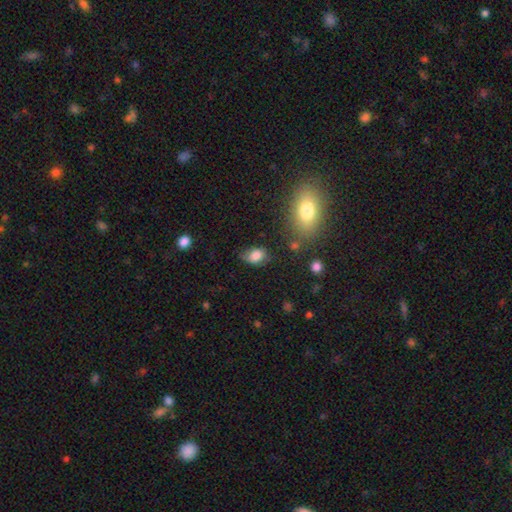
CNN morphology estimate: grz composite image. It shows a smooth galaxy with no disk features (79%) that is in between round and cigar-shaped (81%). Merging: none (52%).